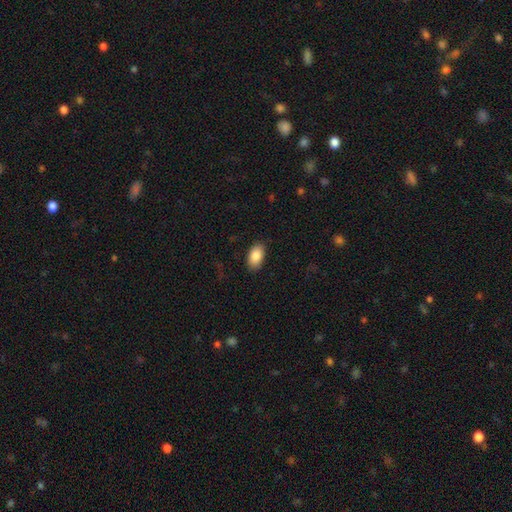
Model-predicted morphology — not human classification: smooth-or-featured: smooth: 86% | star or artifact: 7% | featured or disk: 7%
  how-rounded: in between: 94% | round: 5% | cigar-shaped: 2%
  merging: none: 87% | minor disturbance: 10% | major disturbance: 2% | merger: 1%